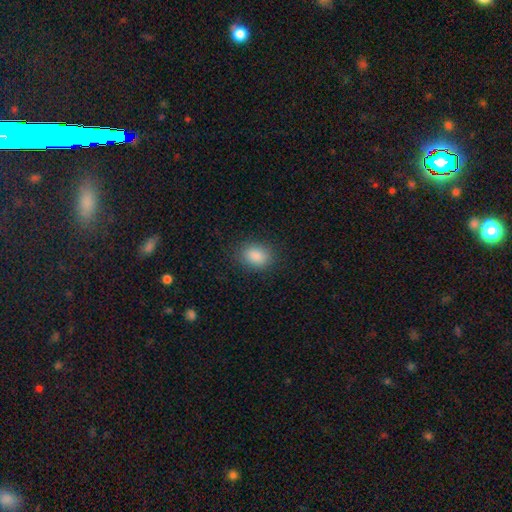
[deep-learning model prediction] A smooth galaxy with no disk features (87%) that is in between round and cigar-shaped (71%).

Vote fractions:
- Smooth or featured? smooth: 87% / star or artifact: 9% / featured or disk: 4%
- How rounded? in between: 71% / round: 28% / cigar-shaped: 1%
- Merging? none: 87% / minor disturbance: 9% / major disturbance: 3% / merger: 1%